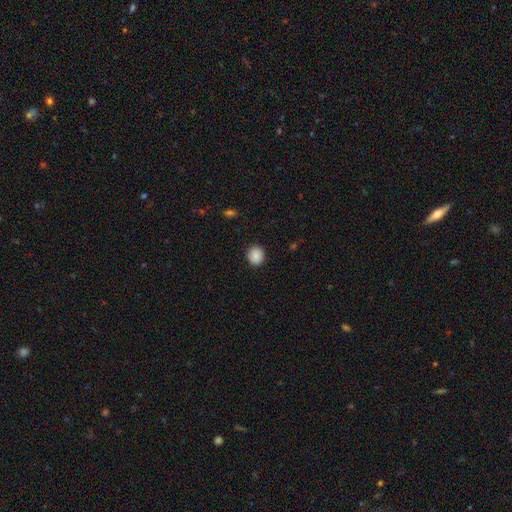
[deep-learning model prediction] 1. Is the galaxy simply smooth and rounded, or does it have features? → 88% smooth, 8% star or artifact, 5% featured or disk.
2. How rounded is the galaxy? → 88% round, 11% in between, 1% cigar-shaped.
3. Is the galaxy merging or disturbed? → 89% none, 8% minor disturbance, 2% major disturbance, 1% merger.